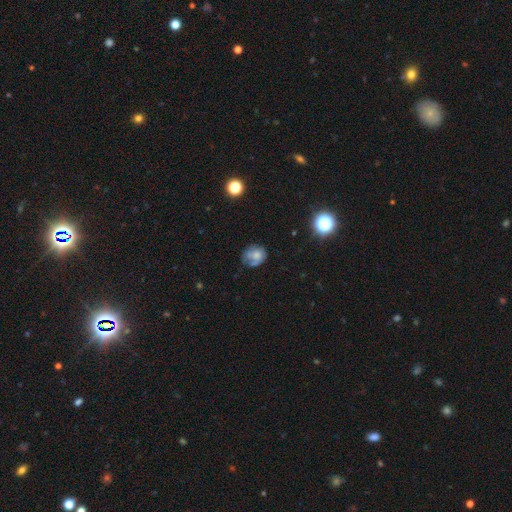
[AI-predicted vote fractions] smooth 59%, featured or disk 27%, star or artifact 13%. Down the decision tree: how rounded — round (65%); merging — none (47%).